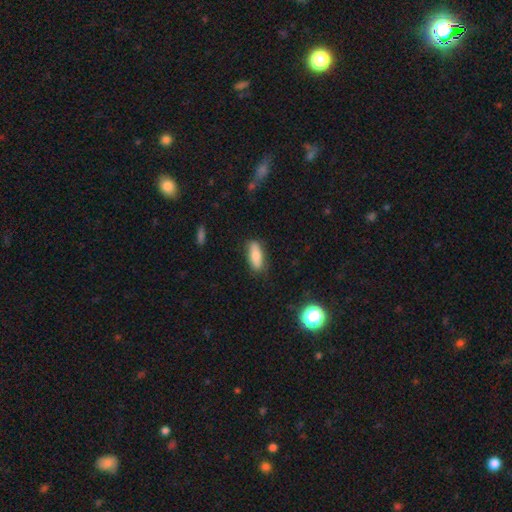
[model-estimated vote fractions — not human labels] smooth 78%, featured or disk 14%, star or artifact 8%. Down the decision tree: how rounded — in between (67%); merging — none (79%).